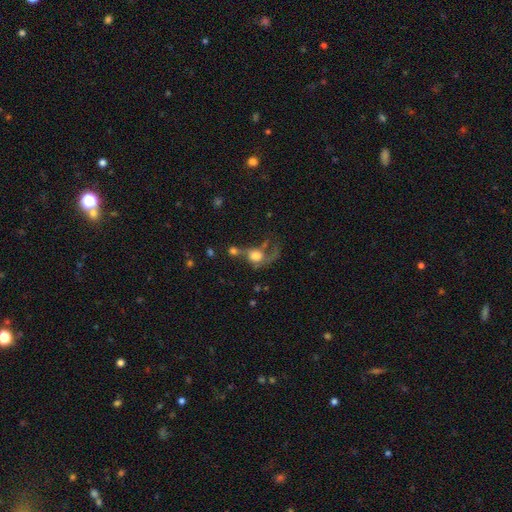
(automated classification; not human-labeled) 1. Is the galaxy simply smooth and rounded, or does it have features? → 48% smooth, 41% featured or disk, 12% star or artifact.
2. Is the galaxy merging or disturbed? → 36% major disturbance, 34% merger, 19% none, 11% minor disturbance.